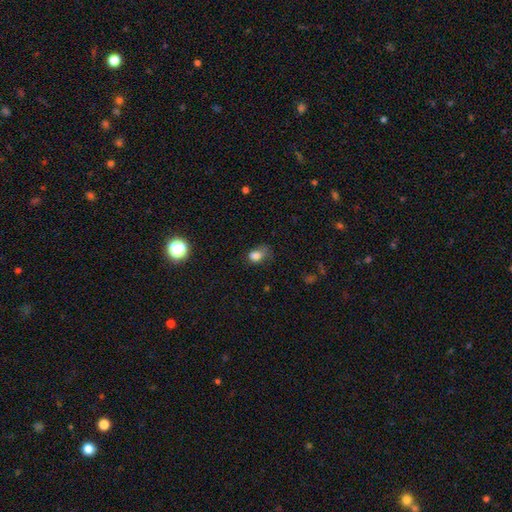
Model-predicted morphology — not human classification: A smooth galaxy with no disk features (79%) that is in between round and cigar-shaped (68%). Merging: none (37%).